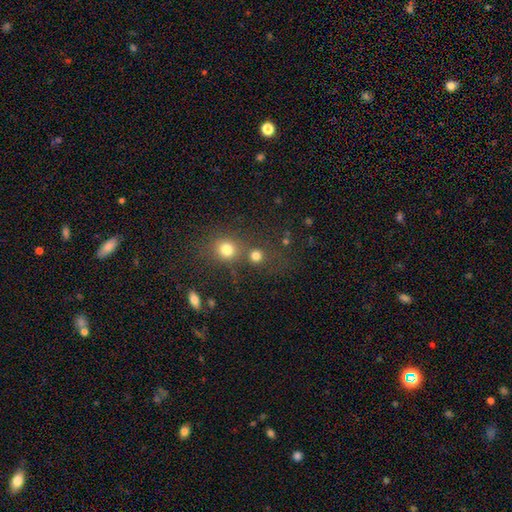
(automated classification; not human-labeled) A smooth galaxy with no disk features (77%) that is round (88%).

Vote fractions:
- Smooth or featured? smooth: 77% / star or artifact: 15% / featured or disk: 7%
- How rounded? round: 88% / in between: 11% / cigar-shaped: 1%
- Merging? none: 57% / merger: 31% / minor disturbance: 7% / major disturbance: 5%